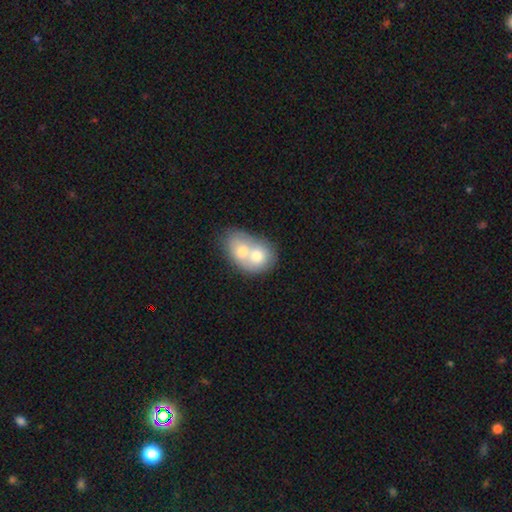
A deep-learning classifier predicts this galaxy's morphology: smooth_or_featured: smooth (p=0.64) [alt: featured or disk p=0.29]
how_rounded: in between (p=0.56) [alt: round p=0.43]
merging: merger (p=0.78) [alt: none p=0.13]